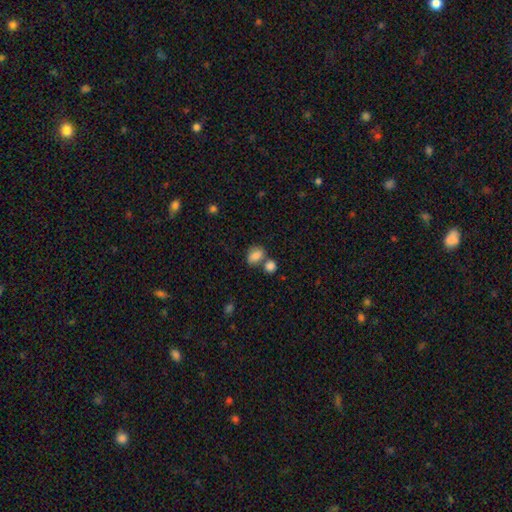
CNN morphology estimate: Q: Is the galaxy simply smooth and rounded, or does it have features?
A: smooth — 83%.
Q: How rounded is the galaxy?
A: in between — 70%.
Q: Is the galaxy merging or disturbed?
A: none — 51%.